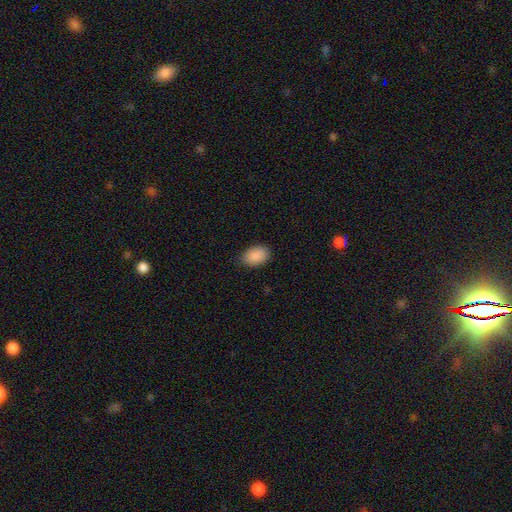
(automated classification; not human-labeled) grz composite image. It shows a smooth galaxy with no disk features (90%) that is in between round and cigar-shaped (87%). Merging: none (81%).